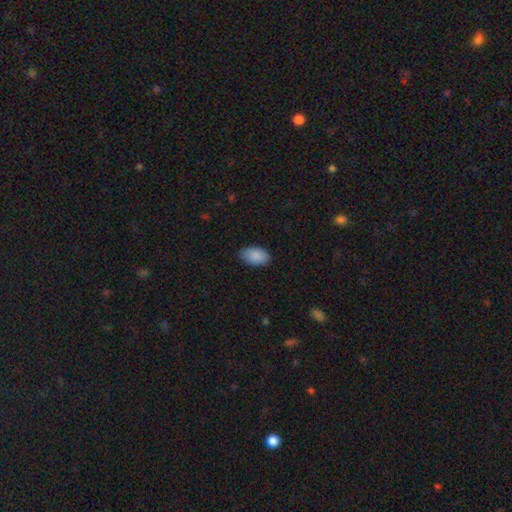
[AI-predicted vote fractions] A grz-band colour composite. It shows a smooth galaxy with no disk features (90%) that is in between round and cigar-shaped (94%). Merging: none (83%).